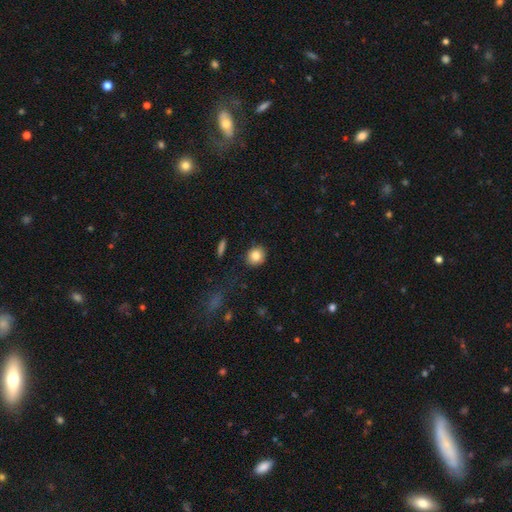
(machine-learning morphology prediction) A smooth galaxy with no disk features (83%) that is round (81%).

Vote fractions:
- Smooth or featured? smooth: 83% / star or artifact: 9% / featured or disk: 8%
- How rounded? round: 81% / in between: 18% / cigar-shaped: 1%
- Merging? none: 88% / minor disturbance: 8% / major disturbance: 2% / merger: 2%